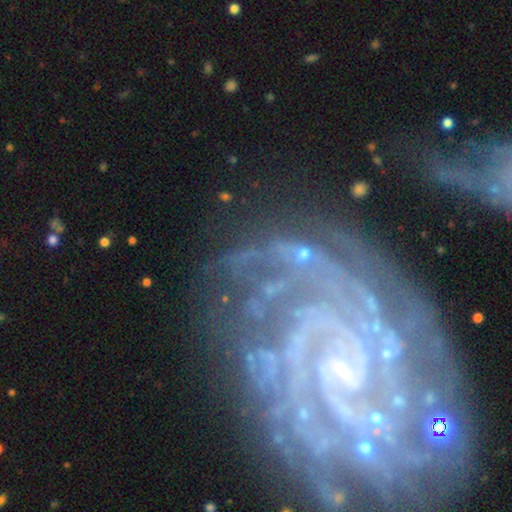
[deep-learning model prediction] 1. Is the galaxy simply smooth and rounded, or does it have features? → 79% featured or disk, 13% star or artifact, 8% smooth.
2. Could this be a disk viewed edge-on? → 97% no, 3% yes.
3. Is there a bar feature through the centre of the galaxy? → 44% no, 32% weak, 24% strong.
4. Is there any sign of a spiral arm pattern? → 93% yes, 7% no.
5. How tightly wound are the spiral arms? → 71% tight, 23% medium, 6% loose.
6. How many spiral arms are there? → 27% can't tell, 21% 2, 17% 3, 13% 4, 13% more than 4, 10% 1.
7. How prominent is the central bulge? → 67% small, 16% moderate, 11% none, 3% large, 2% dominant.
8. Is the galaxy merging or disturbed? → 66% none, 17% minor disturbance, 14% major disturbance, 4% merger.